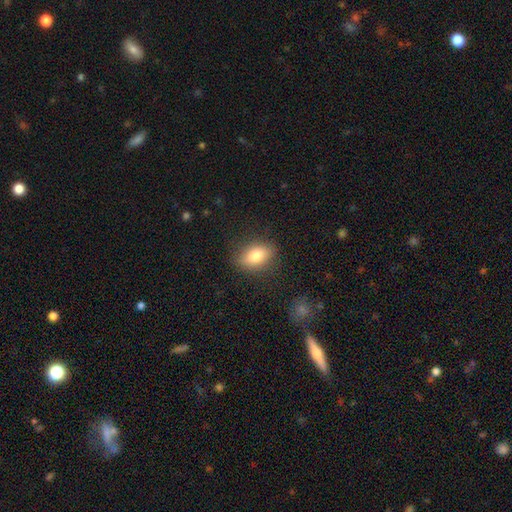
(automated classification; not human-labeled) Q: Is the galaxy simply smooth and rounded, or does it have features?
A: smooth — 78%.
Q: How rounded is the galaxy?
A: in between — 79%.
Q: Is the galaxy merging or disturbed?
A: none — 82%.